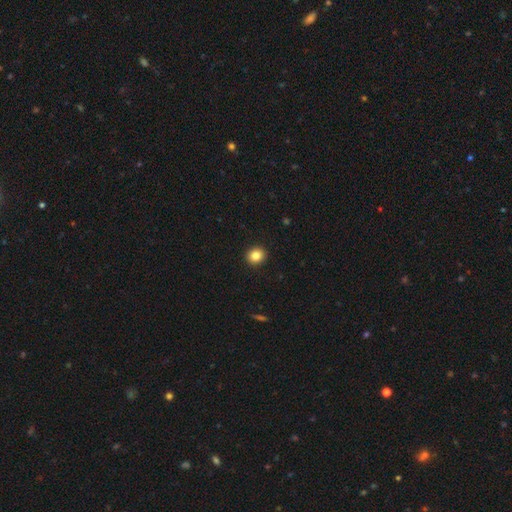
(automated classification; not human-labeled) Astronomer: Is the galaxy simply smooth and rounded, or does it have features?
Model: smooth — 84%.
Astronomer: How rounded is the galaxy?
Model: round — 79%.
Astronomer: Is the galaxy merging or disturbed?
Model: none — 93%.